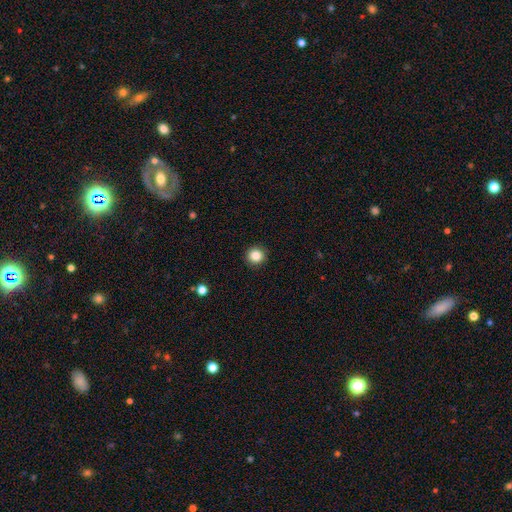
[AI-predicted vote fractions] Q: Smooth or featured?
A: smooth (86%); runner-up: star or artifact (10%)
Q: How rounded?
A: round (94%); runner-up: in between (5%)
Q: Merging?
A: none (92%); runner-up: minor disturbance (5%)